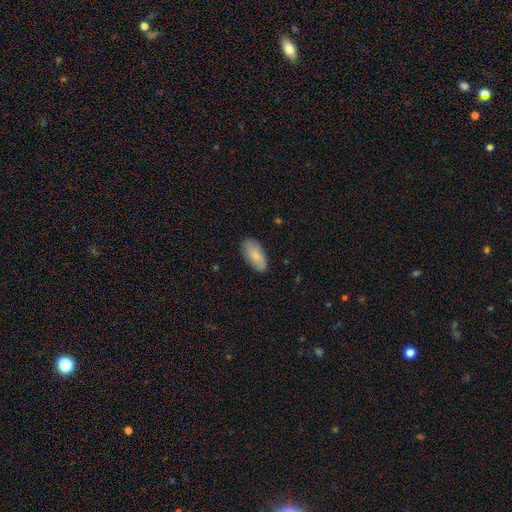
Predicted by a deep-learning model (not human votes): This is likely a smooth galaxy (77%). How rounded: clearly in between (92%). Merging: clearly none (85%).